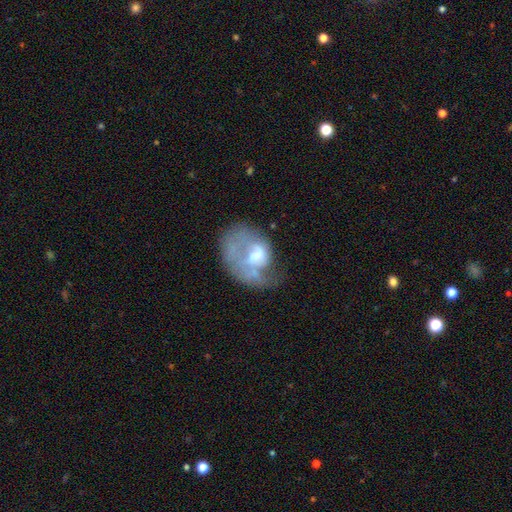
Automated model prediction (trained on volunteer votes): featured or disk 56%, smooth 35%, star or artifact 8%. Down the decision tree: edge-on disk — no (97%); bar — no (69%); spiral arms — no (56%); bulge size — moderate (46%); merging — major disturbance (40%).